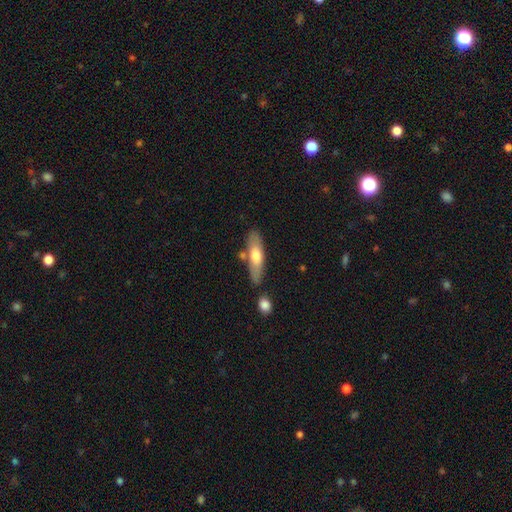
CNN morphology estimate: This is possibly a smooth galaxy (59%). How rounded: likely cigar-shaped (65%). Merging: likely none (69%).